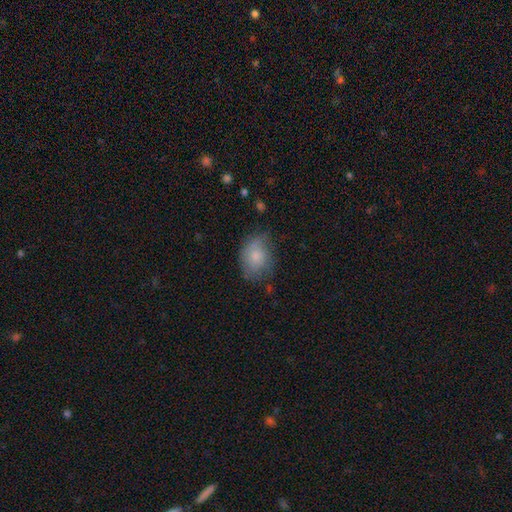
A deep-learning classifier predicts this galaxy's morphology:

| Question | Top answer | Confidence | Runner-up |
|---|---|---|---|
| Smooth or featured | smooth | 72% | featured or disk (20%) |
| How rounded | in between | 74% | round (25%) |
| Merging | none | 55% | minor disturbance (32%) |